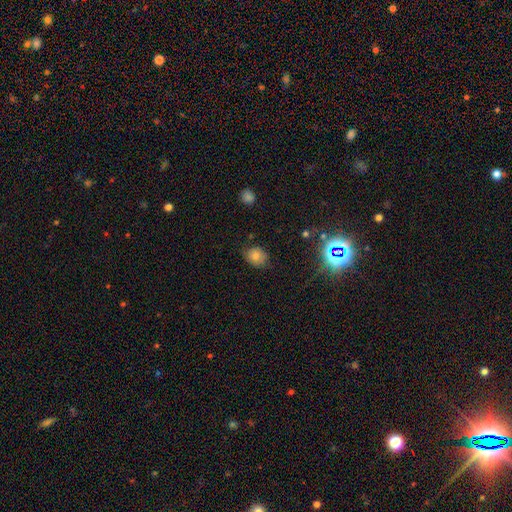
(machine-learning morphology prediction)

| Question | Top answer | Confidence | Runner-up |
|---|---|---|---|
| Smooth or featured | smooth | 76% | star or artifact (14%) |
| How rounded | round | 59% | in between (40%) |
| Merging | none | 76% | minor disturbance (19%) |